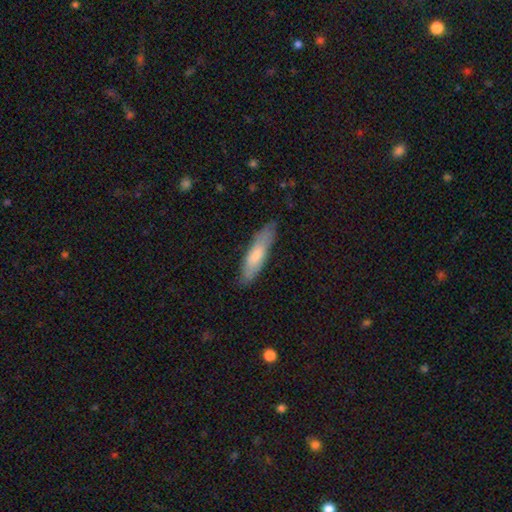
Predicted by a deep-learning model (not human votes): A smooth galaxy with no disk features (70%) that is cigar-shaped (72%).

Vote fractions:
- Smooth or featured? smooth: 70% / featured or disk: 24% / star or artifact: 6%
- How rounded? cigar-shaped: 72% / in between: 27% / round: 1%
- Merging? none: 81% / minor disturbance: 15% / major disturbance: 3% / merger: 1%